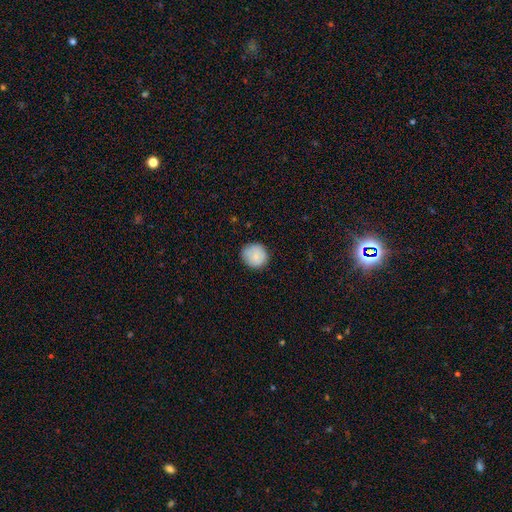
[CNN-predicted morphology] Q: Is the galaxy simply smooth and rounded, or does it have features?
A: smooth — 81%.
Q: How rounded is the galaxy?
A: round — 90%.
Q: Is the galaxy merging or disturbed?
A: none — 83%.